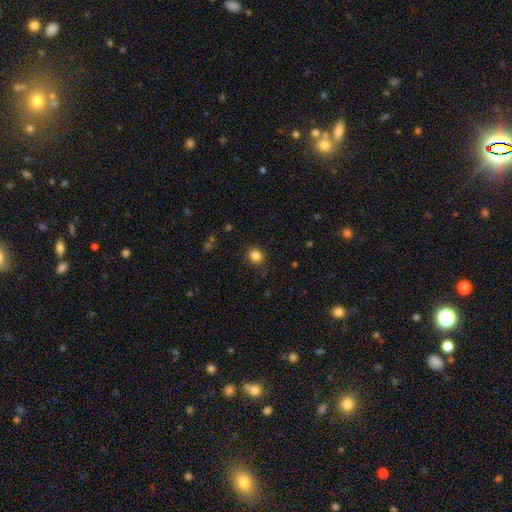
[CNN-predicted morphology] A smooth galaxy with no disk features (84%) that is round (77%).

Vote fractions:
- Smooth or featured? smooth: 84% / star or artifact: 12% / featured or disk: 5%
- How rounded? round: 77% / in between: 22% / cigar-shaped: 1%
- Merging? none: 81% / minor disturbance: 14% / major disturbance: 4% / merger: 1%